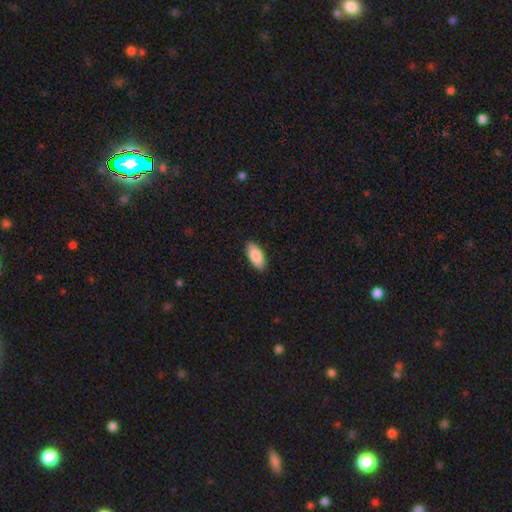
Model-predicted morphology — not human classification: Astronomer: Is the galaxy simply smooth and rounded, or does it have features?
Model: smooth — 86%.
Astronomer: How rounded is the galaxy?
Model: in between — 89%.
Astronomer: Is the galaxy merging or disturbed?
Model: none — 88%.